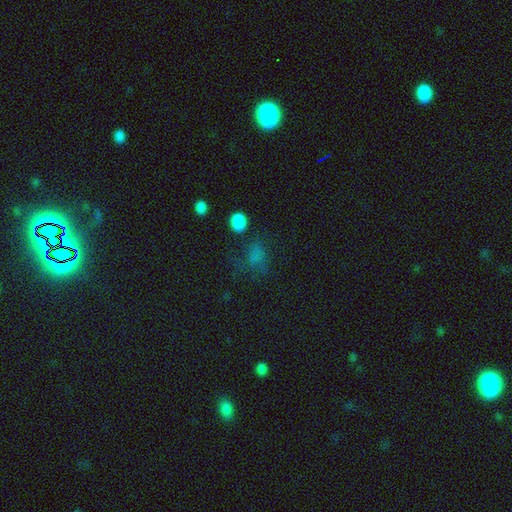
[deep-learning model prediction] Smooth or featured? Predicted: smooth (p=0.62). How rounded? Predicted: in between (p=0.49). Merging? Predicted: none (p=0.53).